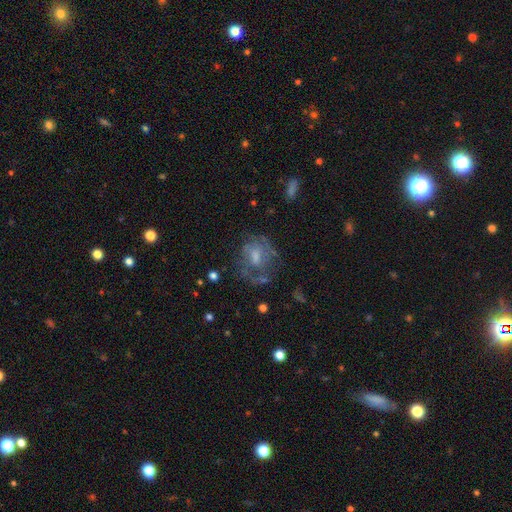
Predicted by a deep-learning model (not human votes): Smooth or featured? Predicted: featured or disk (p=0.61). Edge-on disk? Predicted: no (p=0.97). Bar? Predicted: no (p=0.54). Spiral arms? Predicted: yes (p=0.63). Bulge size? Predicted: moderate (p=0.45). Merging? Predicted: none (p=0.57).